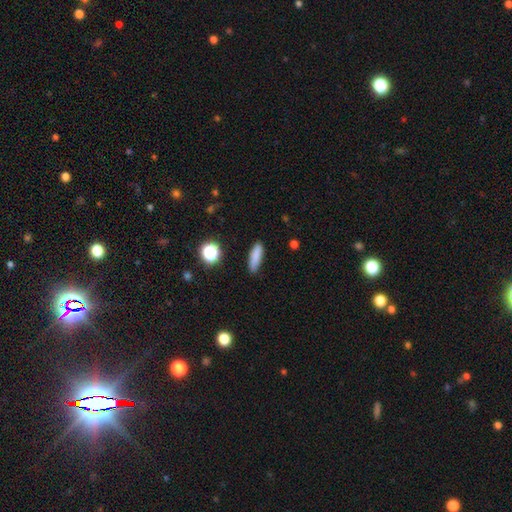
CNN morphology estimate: A smooth galaxy with no disk features (83%) that is cigar-shaped (62%). Merging: none (83%).